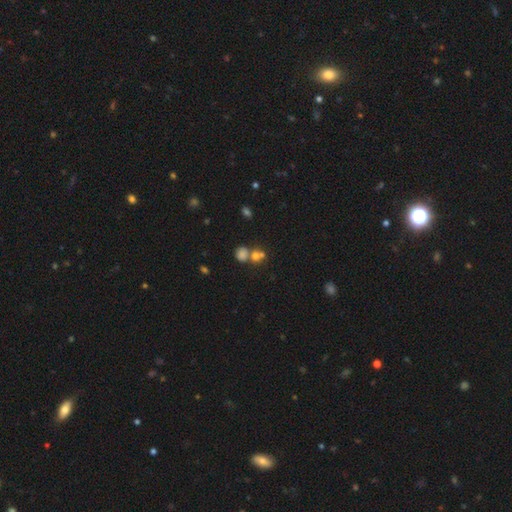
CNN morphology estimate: The model was most divided on "merging": none: 45%, merger: 42%, minor disturbance: 8%, major disturbance: 5%. More confident: how rounded — round (73%); smooth or featured — smooth (63%).